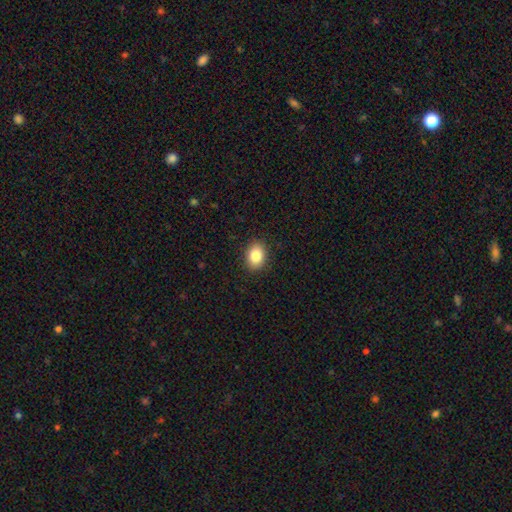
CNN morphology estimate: type=smooth (85%); roundness=in between (72%); merging=none (89%).